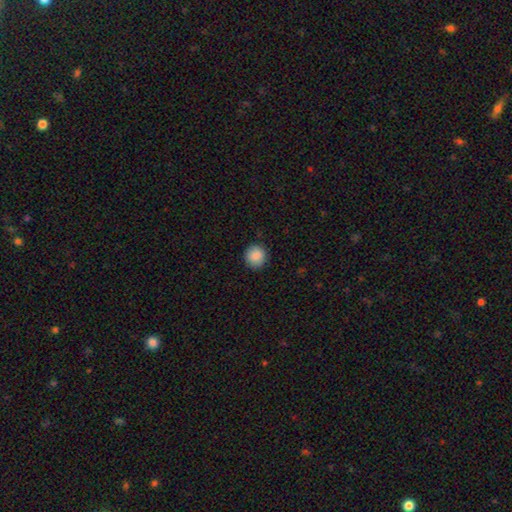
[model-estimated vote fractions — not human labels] This is clearly a smooth galaxy (88%). How rounded: clearly round (90%). Merging: clearly none (89%).